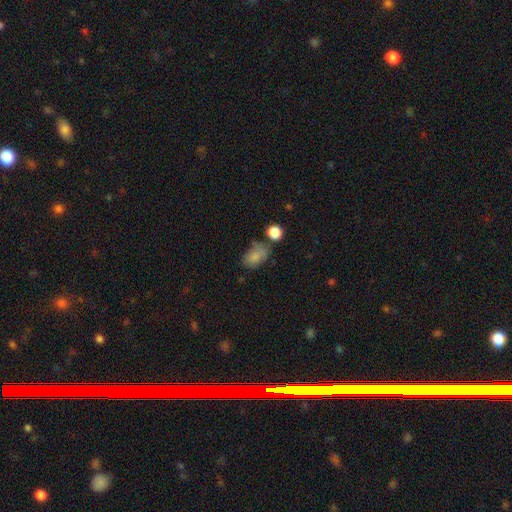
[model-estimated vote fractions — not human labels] Overall: smooth (80%). How rounded: in between (81%). Merging: none (51%; minor disturbance 27%).